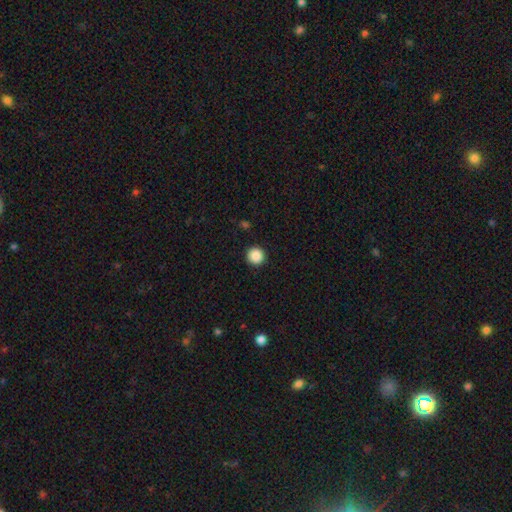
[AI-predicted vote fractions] Smooth or featured? smooth (88%)
How rounded? round (96%)
Merging? none (93%)